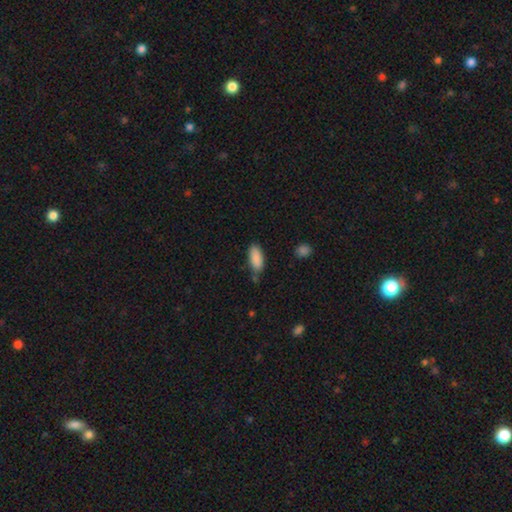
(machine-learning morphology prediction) This is clearly a smooth galaxy (88%). How rounded: clearly in between (85%). Merging: likely none (69%).